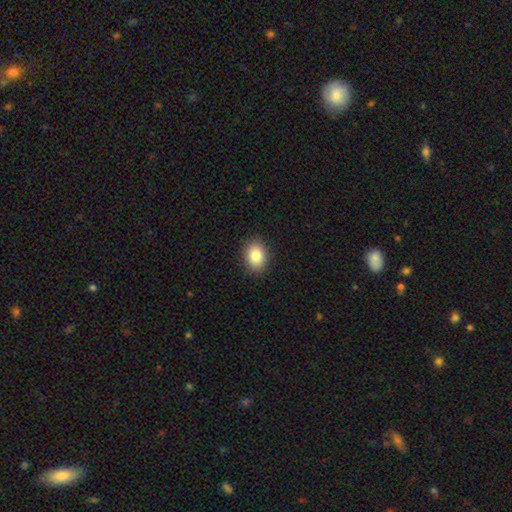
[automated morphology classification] Smooth or featured? smooth (85%)
How rounded? in between (65%)
Merging? none (89%)